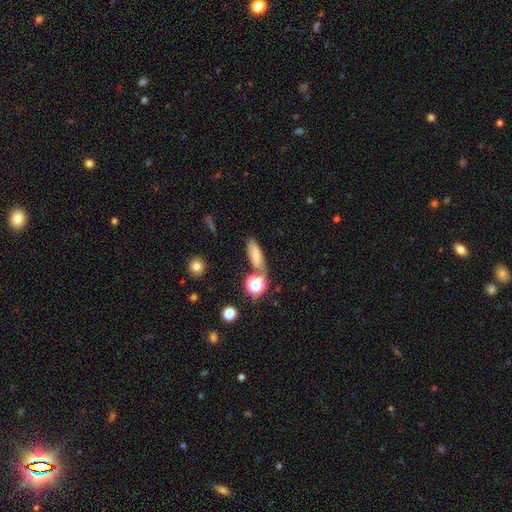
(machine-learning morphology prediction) Smooth or featured? smooth (71%)
How rounded? in between (55%)
Merging? none (66%)